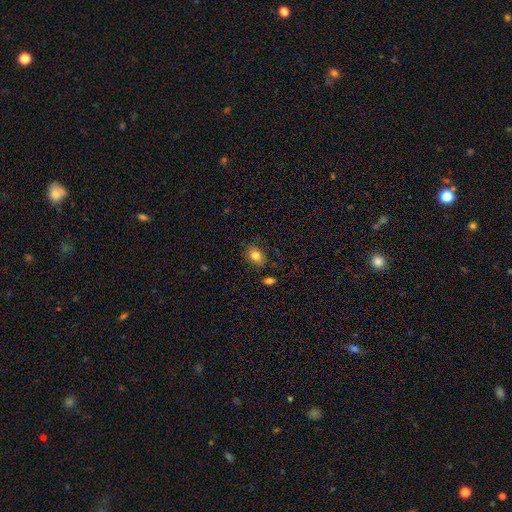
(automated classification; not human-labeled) Q: Smooth or featured?
A: smooth (81%); runner-up: star or artifact (10%)
Q: How rounded?
A: in between (69%); runner-up: round (30%)
Q: Merging?
A: none (79%); runner-up: minor disturbance (14%)